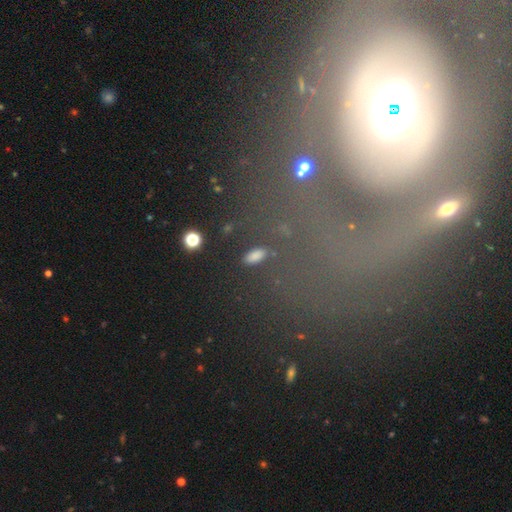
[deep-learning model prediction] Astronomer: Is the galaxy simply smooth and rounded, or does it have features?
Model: featured or disk — 45% (runner-up: star or artifact, 31%).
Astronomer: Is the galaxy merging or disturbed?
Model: none — 56%.